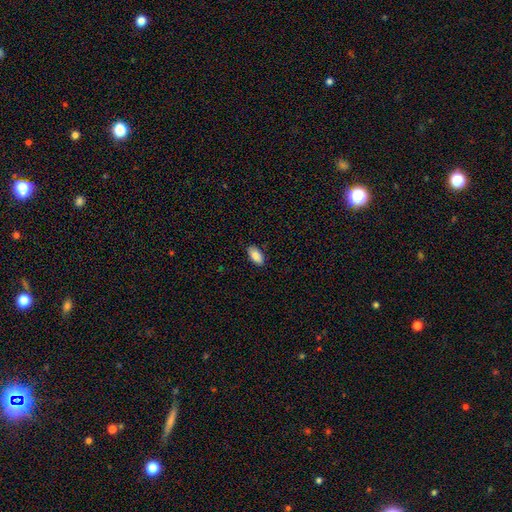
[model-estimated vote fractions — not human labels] This appears to be a smooth galaxy with no disk features (87%) that is in between round and cigar-shaped (92%). Merging: none (87%).